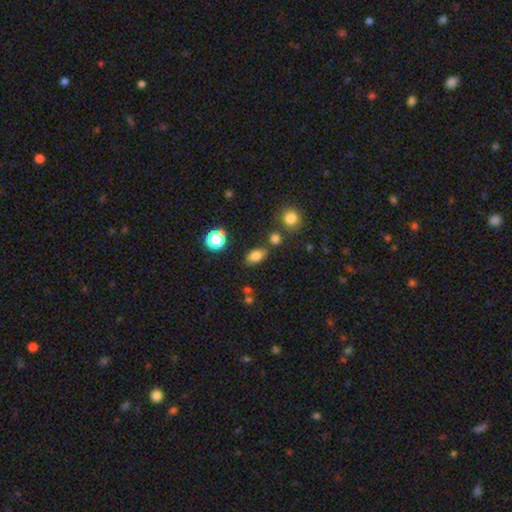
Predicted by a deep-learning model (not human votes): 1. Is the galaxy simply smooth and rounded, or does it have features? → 78% smooth, 13% star or artifact, 9% featured or disk.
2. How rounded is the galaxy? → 82% in between, 15% round, 3% cigar-shaped.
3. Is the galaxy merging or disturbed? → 75% none, 13% minor disturbance, 9% merger, 4% major disturbance.